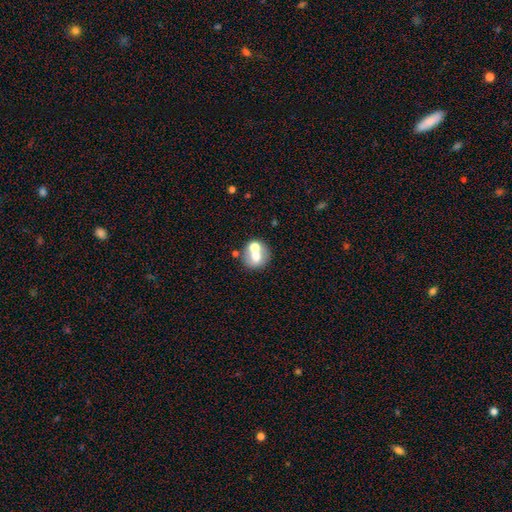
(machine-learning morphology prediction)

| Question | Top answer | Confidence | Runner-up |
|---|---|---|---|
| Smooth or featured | smooth | 61% | featured or disk (28%) |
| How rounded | round | 78% | in between (21%) |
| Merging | none | 46% | merger (41%) |